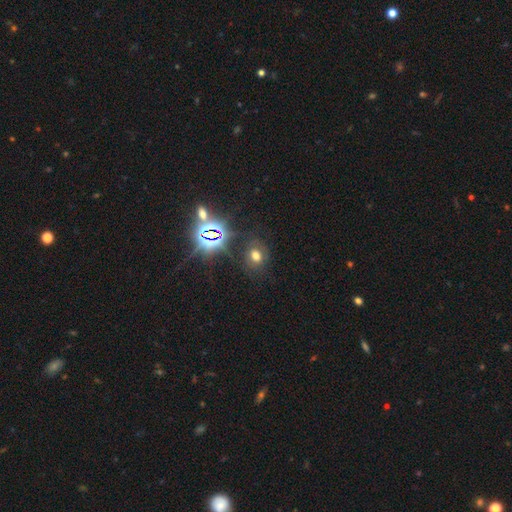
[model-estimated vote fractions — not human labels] Morphology: type=smooth (54%); roundness=round (55%); merging=none (79%).